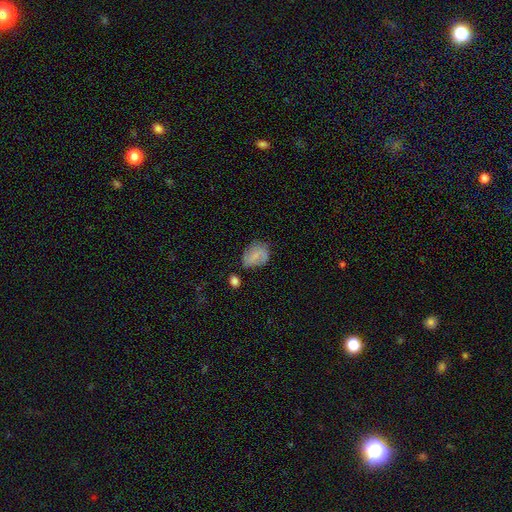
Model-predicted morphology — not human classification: smooth_or_featured: smooth (p=0.57) [alt: featured or disk p=0.35]
how_rounded: in between (p=0.59) [alt: round p=0.39]
merging: none (p=0.53) [alt: minor disturbance p=0.29]